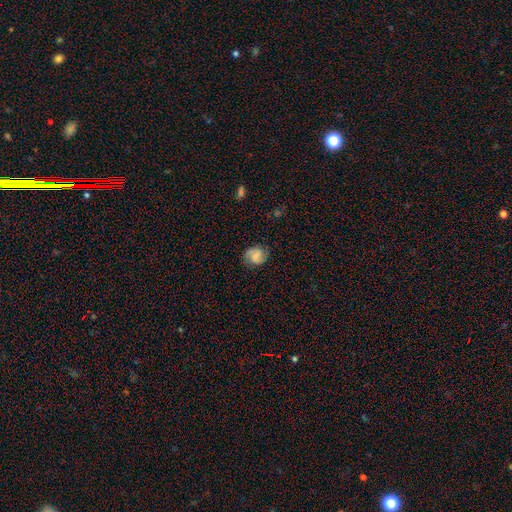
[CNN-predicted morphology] The model was most divided on "smooth or featured": featured or disk: 48%, smooth: 43%, star or artifact: 9%. More confident: merging — none (78%).